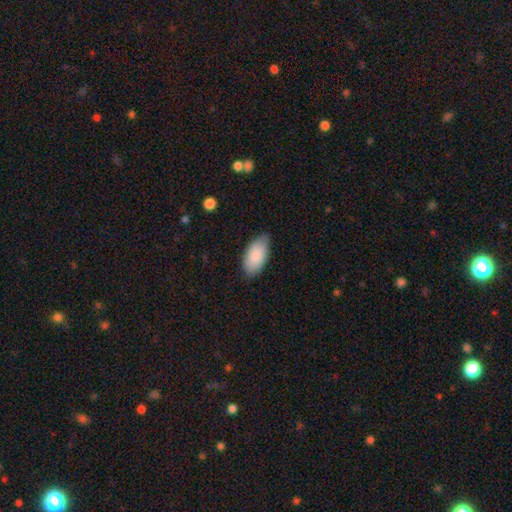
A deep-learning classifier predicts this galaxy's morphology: This is clearly a smooth galaxy (88%). How rounded: clearly in between (94%). Merging: likely none (73%).